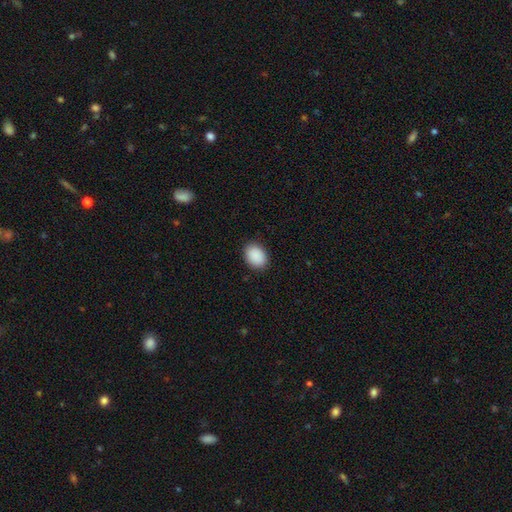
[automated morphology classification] This appears to be a smooth galaxy with no disk features (91%) that is in between round and cigar-shaped (67%). Merging: none (89%).